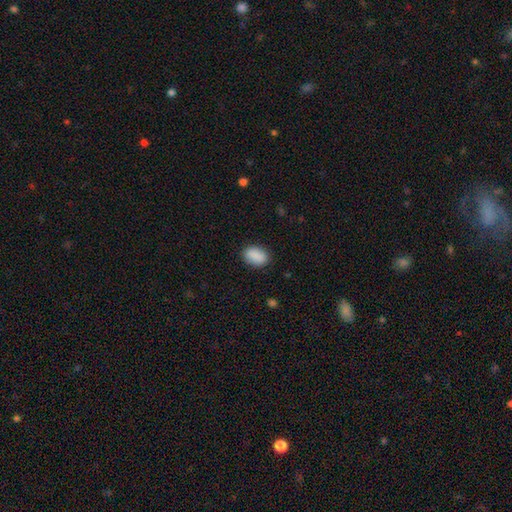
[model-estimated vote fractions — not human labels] smooth_or_featured: smooth (p=0.89) [alt: star or artifact p=0.07]
how_rounded: in between (p=0.85) [alt: round p=0.14]
merging: none (p=0.86) [alt: minor disturbance p=0.11]